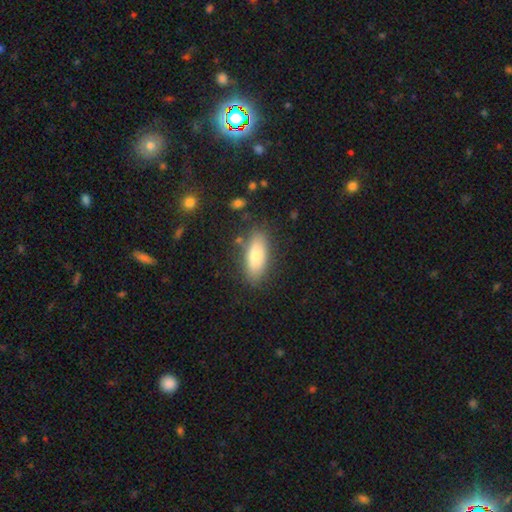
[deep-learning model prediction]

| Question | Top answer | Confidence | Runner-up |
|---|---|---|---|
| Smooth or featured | smooth | 74% | featured or disk (20%) |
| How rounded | in between | 78% | cigar-shaped (19%) |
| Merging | none | 79% | minor disturbance (14%) |